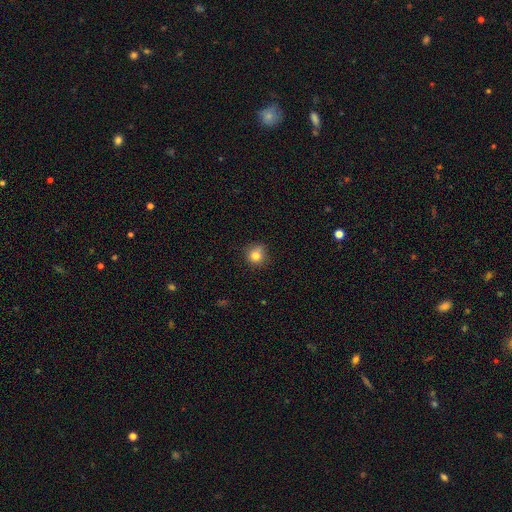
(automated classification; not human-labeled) smooth_or_featured: smooth (p=0.81) [alt: star or artifact p=0.12]
how_rounded: round (p=0.88) [alt: in between p=0.11]
merging: none (p=0.80) [alt: minor disturbance p=0.16]